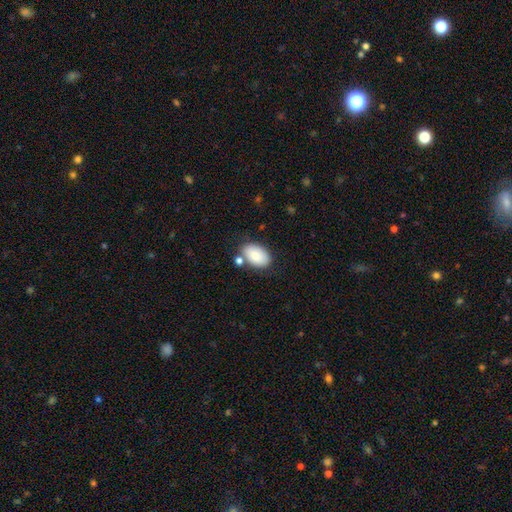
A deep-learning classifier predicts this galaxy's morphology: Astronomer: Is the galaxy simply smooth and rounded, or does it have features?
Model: smooth — 84%.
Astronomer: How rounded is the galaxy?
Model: in between — 93%.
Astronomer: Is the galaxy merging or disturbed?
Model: none — 73%.